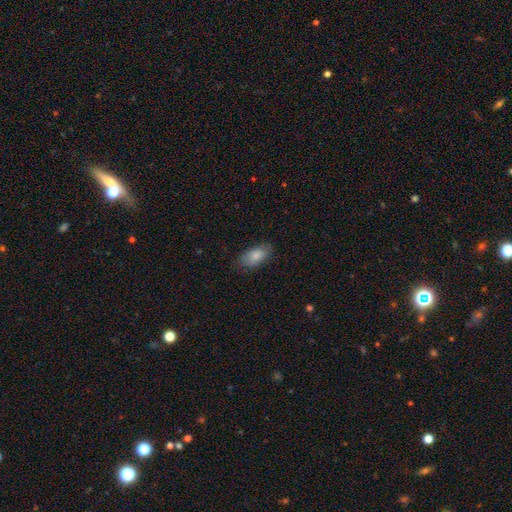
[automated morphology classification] Overall: smooth (83%). How rounded: in between (90%). Merging: none (79%).